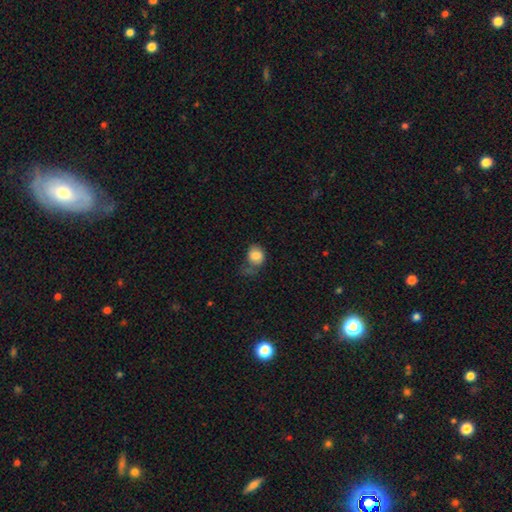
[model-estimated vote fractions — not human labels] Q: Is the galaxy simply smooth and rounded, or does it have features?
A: smooth — 80%.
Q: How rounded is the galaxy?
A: round — 58%.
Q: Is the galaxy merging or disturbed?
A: none — 33%.